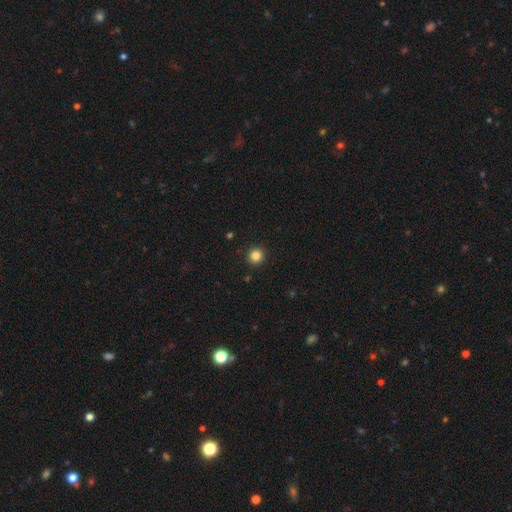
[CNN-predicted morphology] smooth 85%, star or artifact 11%, featured or disk 4%. Down the decision tree: how rounded — round (95%); merging — none (92%).